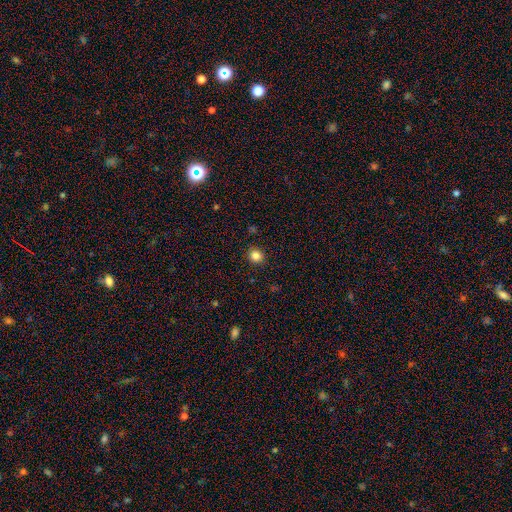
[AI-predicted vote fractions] This is clearly a smooth galaxy (84%). How rounded: clearly round (90%). Merging: clearly none (92%).